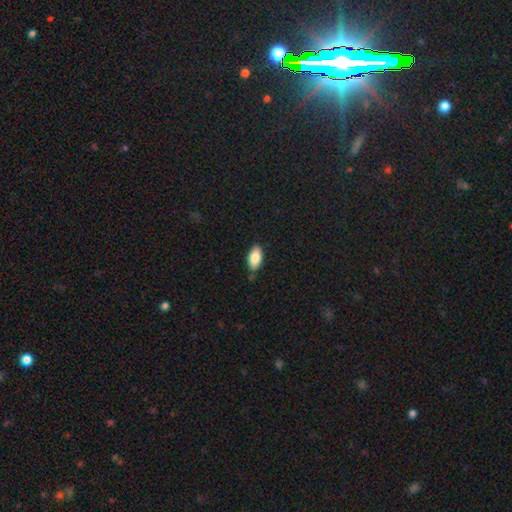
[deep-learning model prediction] Overall: smooth (85%). How rounded: in between (93%). Merging: none (80%).